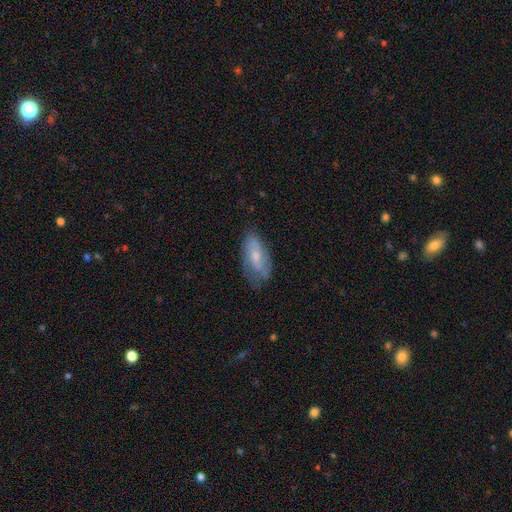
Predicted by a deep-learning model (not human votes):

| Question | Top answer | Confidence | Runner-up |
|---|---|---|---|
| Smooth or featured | featured or disk | 49% | smooth (43%) |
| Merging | none | 63% | minor disturbance (26%) |